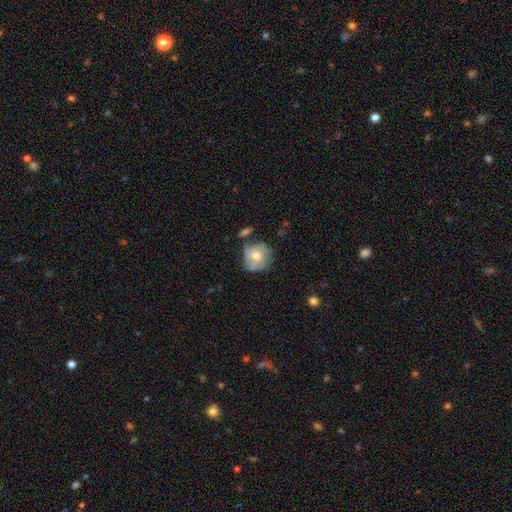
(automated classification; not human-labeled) Overall: smooth (62%; featured or disk 31%). How rounded: round (88%). Merging: none (59%; minor disturbance 24%).